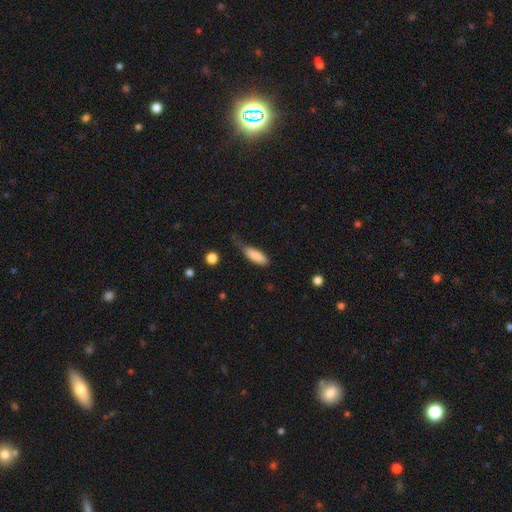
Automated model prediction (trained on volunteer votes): Smooth or featured?
  - smooth: 85% *
  - featured or disk: 8%
  - star or artifact: 7%
How rounded?
  - in between: 60% *
  - cigar-shaped: 38%
  - round: 2%
Merging?
  - none: 47% *
  - minor disturbance: 38%
  - major disturbance: 12%
  - merger: 3%